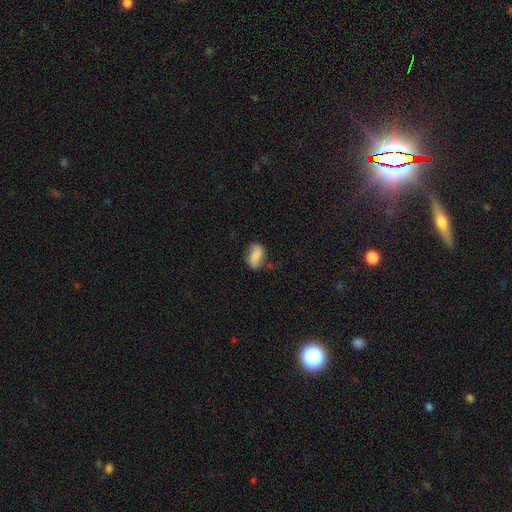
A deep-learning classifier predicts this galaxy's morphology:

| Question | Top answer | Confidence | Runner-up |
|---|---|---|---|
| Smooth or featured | smooth | 58% | featured or disk (33%) |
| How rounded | in between | 84% | round (12%) |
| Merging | none | 62% | minor disturbance (26%) |